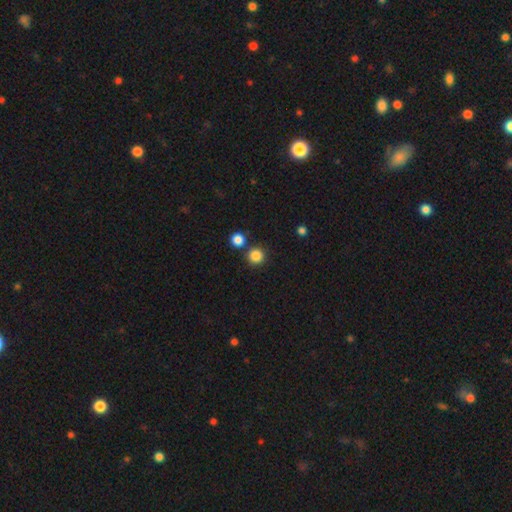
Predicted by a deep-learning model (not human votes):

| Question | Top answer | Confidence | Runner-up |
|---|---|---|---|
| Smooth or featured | smooth | 85% | star or artifact (11%) |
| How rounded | round | 94% | in between (5%) |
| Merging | none | 82% | merger (10%) |